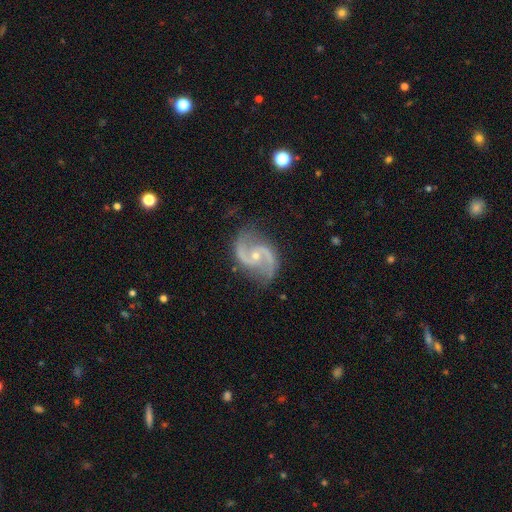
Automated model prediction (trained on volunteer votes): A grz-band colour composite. It shows a featured or disk galaxy (93%) with no bar (54%), 2 (94%) medium (53%) spiral arms (98%) and a small central bulge (63%). Merging: none (80%).